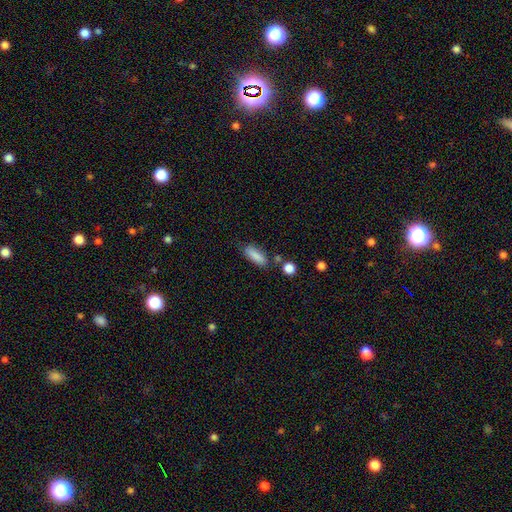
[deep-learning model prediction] A smooth galaxy with no disk features (87%) that is in between round and cigar-shaped (67%). Merging: none (74%).